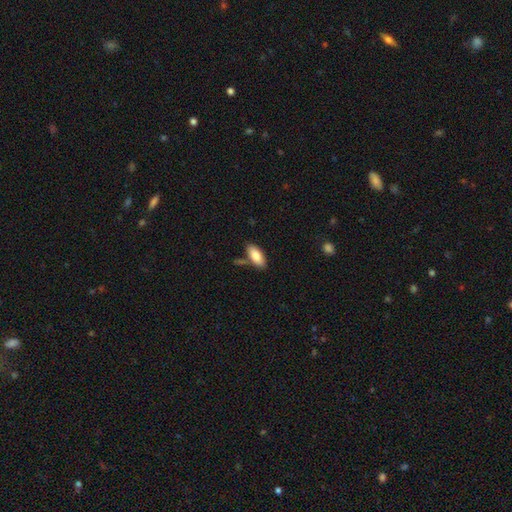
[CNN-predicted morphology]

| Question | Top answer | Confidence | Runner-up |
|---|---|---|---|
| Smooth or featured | smooth | 82% | featured or disk (11%) |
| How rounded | in between | 87% | cigar-shaped (11%) |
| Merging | none | 75% | minor disturbance (13%) |